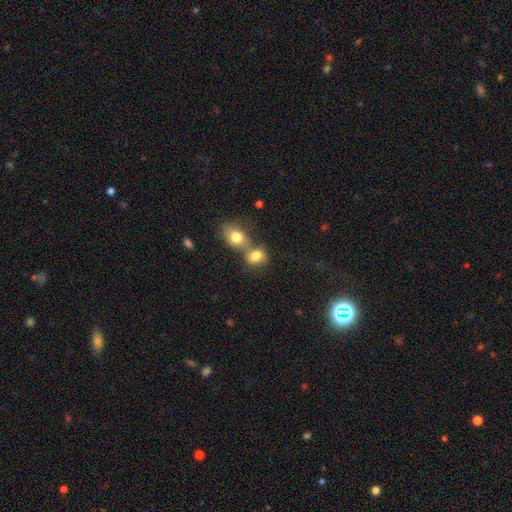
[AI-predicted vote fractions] The model was most divided on "how rounded": in between: 58%, round: 40%, cigar-shaped: 2%. More confident: smooth or featured — smooth (81%); merging — merger (59%).